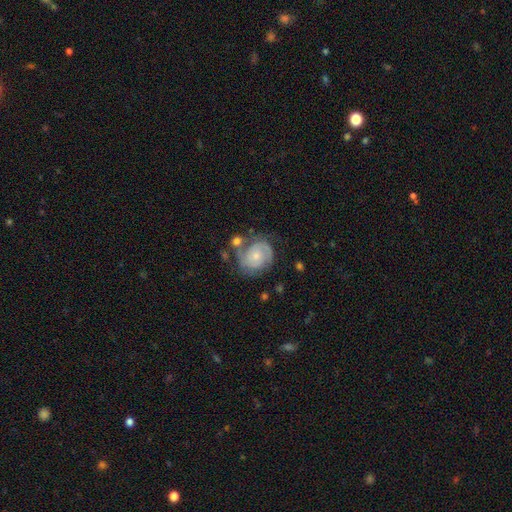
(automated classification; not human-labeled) Overall: featured or disk (75%). Edge-on disk: no (98%). Bar: no (72%). Spiral arms: yes (92%). Spiral arm count: 2 (71%). Spiral winding: tight (55%; medium 35%). Bulge size: small (56%; moderate 37%). Merging: none (59%; minor disturbance 21%).